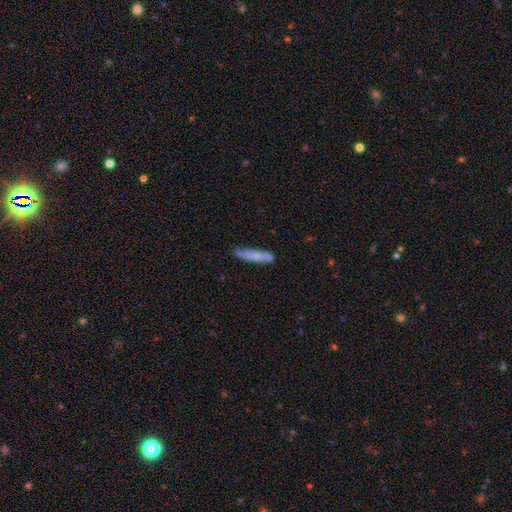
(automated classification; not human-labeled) smooth-or-featured: smooth: 65% | featured or disk: 29% | star or artifact: 6%
  how-rounded: cigar-shaped: 87% | in between: 11% | round: 2%
  merging: none: 71% | minor disturbance: 20% | major disturbance: 4% | merger: 4%